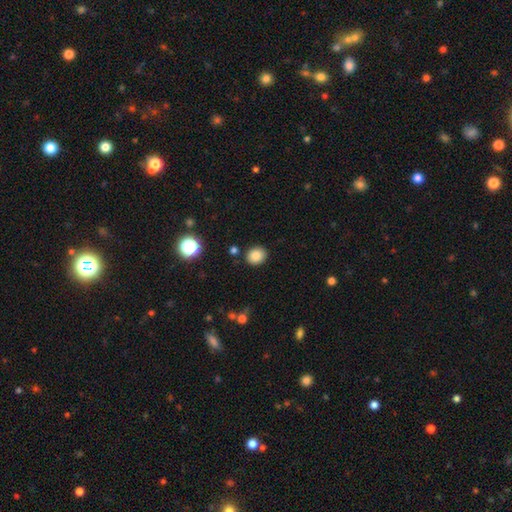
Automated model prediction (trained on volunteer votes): A smooth galaxy with no disk features (83%) that is round (71%).

Vote fractions:
- Smooth or featured? smooth: 83% / star or artifact: 11% / featured or disk: 6%
- How rounded? round: 71% / in between: 28% / cigar-shaped: 1%
- Merging? none: 87% / minor disturbance: 8% / merger: 2% / major disturbance: 2%